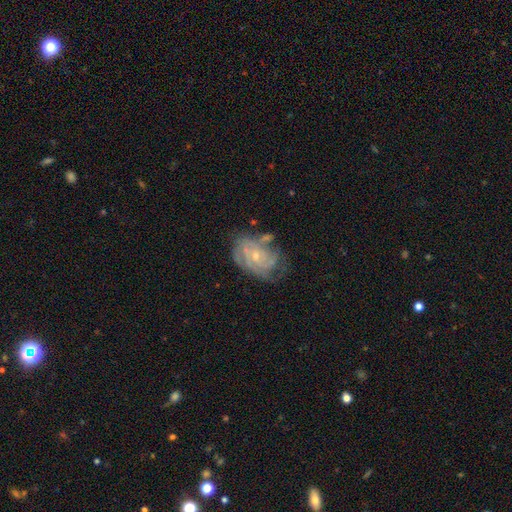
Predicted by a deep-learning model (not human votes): Morphology: type=featured or disk (79%); edge-on=no (97%); bar=no (71%); spiral arms=yes (88%); winding=tight (62%); arm count=can't tell (42%); bulge=small (69%); merging=none (53%).